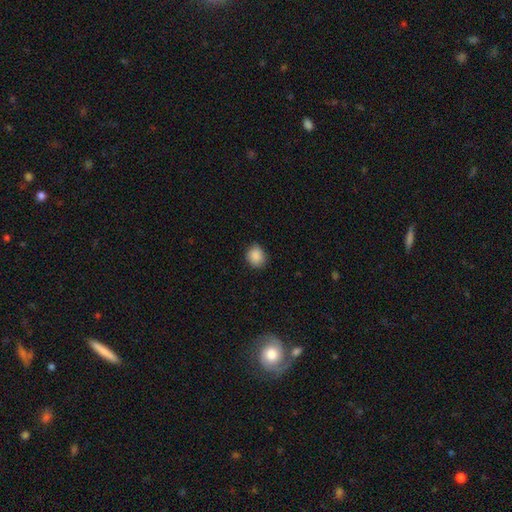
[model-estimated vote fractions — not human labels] Q: Smooth or featured?
A: smooth (89%); runner-up: star or artifact (8%)
Q: How rounded?
A: round (75%); runner-up: in between (24%)
Q: Merging?
A: none (83%); runner-up: minor disturbance (13%)